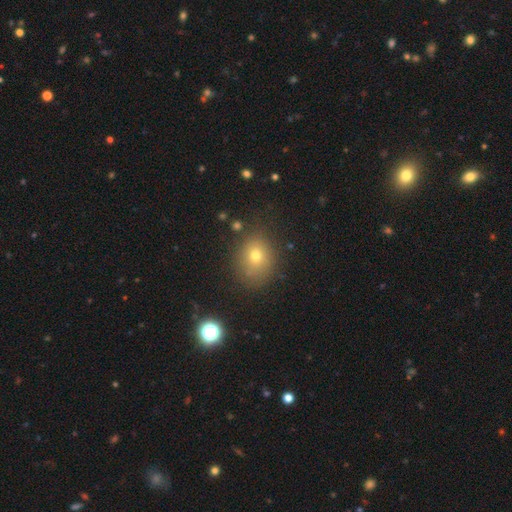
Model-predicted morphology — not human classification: Smooth or featured: smooth — 71% (star or artifact — 17%)
How rounded: round — 61% (in between — 38%)
Merging: none — 79% (minor disturbance — 13%)